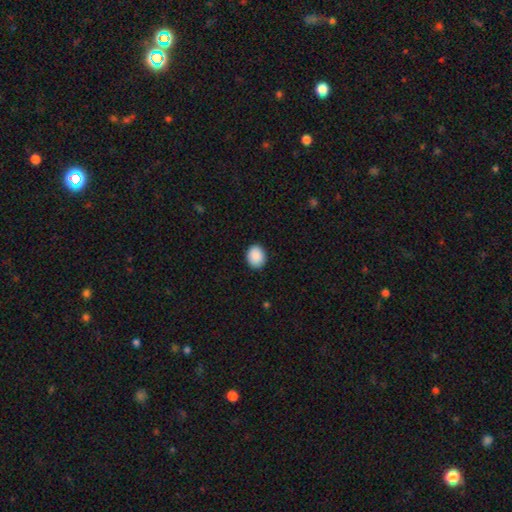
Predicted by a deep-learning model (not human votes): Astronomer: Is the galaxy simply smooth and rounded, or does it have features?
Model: smooth — 90%.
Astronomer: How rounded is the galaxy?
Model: round — 55% (runner-up: in between, 44%).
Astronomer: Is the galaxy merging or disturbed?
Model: none — 89%.